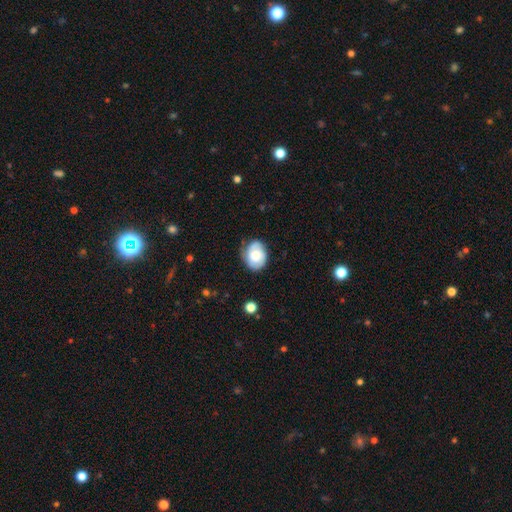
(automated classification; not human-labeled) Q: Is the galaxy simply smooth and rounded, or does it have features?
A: smooth — 56%.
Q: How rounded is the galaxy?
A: in between — 59%.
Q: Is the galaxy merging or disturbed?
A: none — 66%.